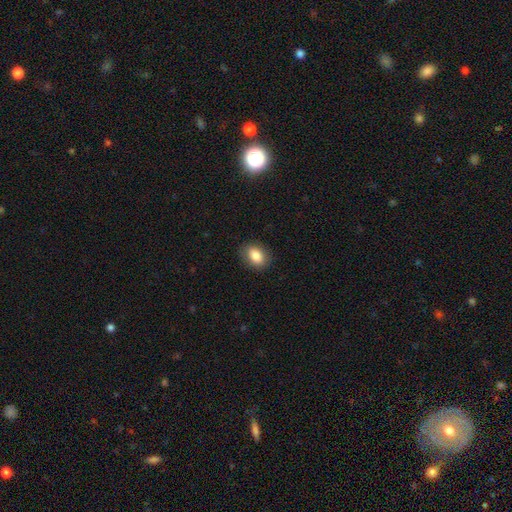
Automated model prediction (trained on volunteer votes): Morphology: type=smooth (85%); roundness=in between (78%); merging=none (86%).